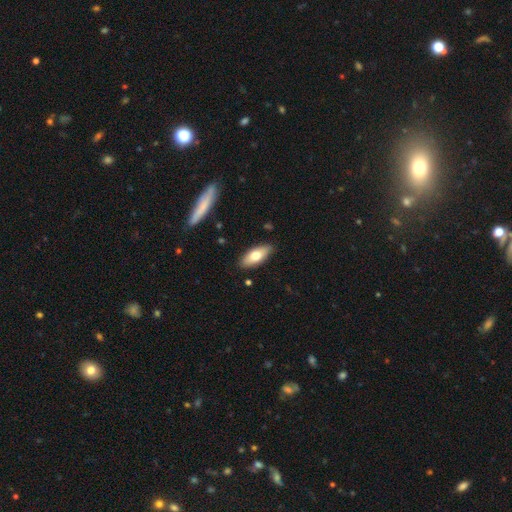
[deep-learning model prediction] smooth_or_featured: smooth (p=0.70) [alt: featured or disk p=0.23]
how_rounded: in between (p=0.81) [alt: cigar-shaped p=0.16]
merging: none (p=0.87) [alt: minor disturbance p=0.10]